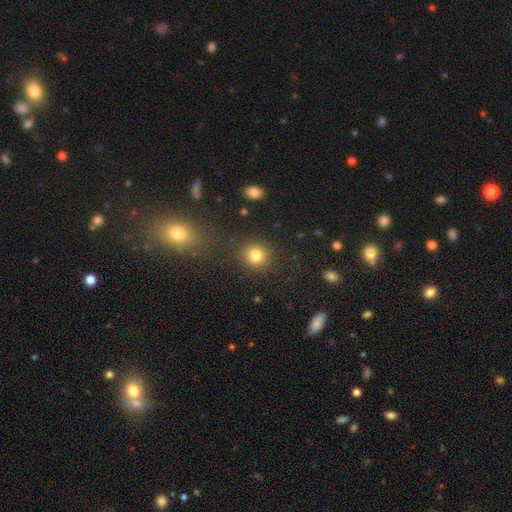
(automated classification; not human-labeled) This appears to be a smooth galaxy with no disk features (82%) that is round (88%). Merging: none (86%).